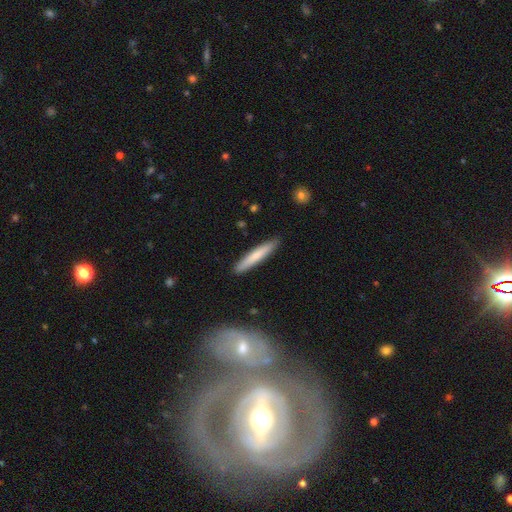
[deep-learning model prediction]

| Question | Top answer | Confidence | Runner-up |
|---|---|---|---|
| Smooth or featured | smooth | 73% | featured or disk (22%) |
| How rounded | cigar-shaped | 94% | in between (5%) |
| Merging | none | 90% | minor disturbance (8%) |